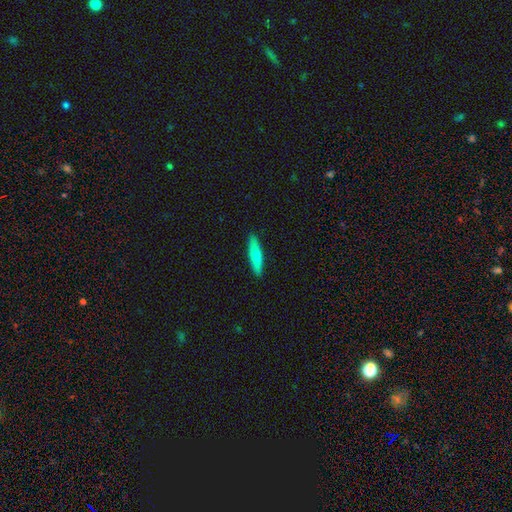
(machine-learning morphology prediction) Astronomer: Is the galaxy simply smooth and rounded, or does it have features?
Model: smooth — 77%.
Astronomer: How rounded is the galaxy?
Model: cigar-shaped — 85%.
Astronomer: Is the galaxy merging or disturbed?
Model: none — 91%.